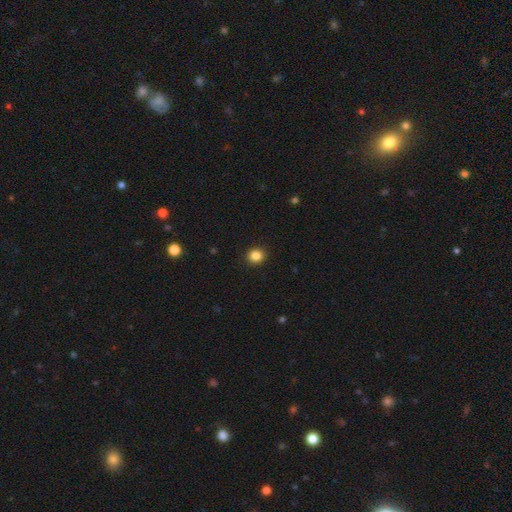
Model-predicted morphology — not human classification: Q: Smooth or featured?
A: smooth (85%); runner-up: star or artifact (11%)
Q: How rounded?
A: round (87%); runner-up: in between (12%)
Q: Merging?
A: none (92%); runner-up: minor disturbance (5%)